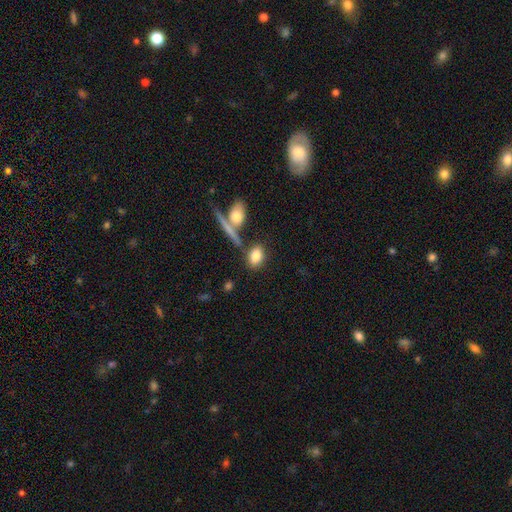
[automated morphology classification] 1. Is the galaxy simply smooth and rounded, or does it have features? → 80% smooth, 12% featured or disk, 8% star or artifact.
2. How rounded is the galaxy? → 80% in between, 15% round, 5% cigar-shaped.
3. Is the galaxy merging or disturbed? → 69% none, 15% merger, 12% minor disturbance, 5% major disturbance.